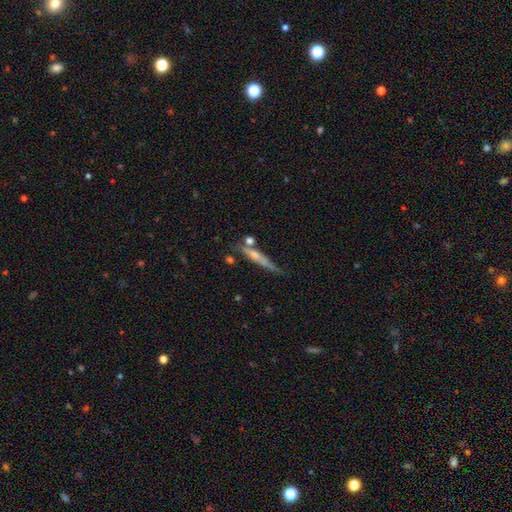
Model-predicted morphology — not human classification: smooth-or-featured: featured or disk: 48% | smooth: 44% | star or artifact: 8%
  merging: none: 60% | minor disturbance: 20% | merger: 13% | major disturbance: 7%